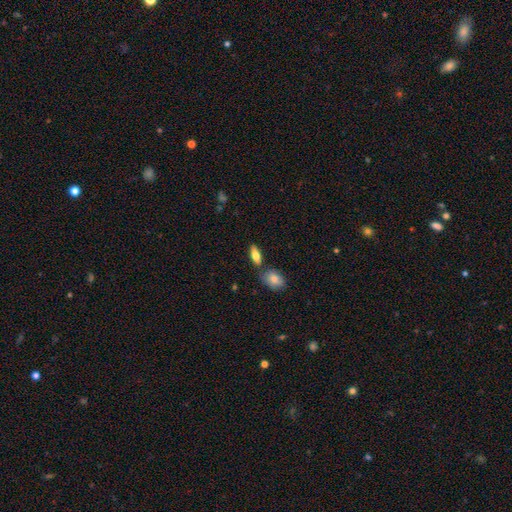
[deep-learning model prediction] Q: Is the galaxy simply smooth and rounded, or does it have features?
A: smooth — 72%.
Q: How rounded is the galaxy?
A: in between — 75%.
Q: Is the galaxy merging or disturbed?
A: none — 71%.